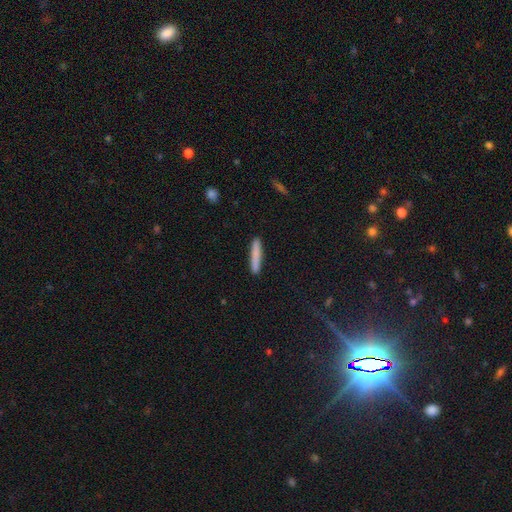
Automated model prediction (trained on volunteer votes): Morphology: type=smooth (81%); roundness=cigar-shaped (94%); merging=none (90%).